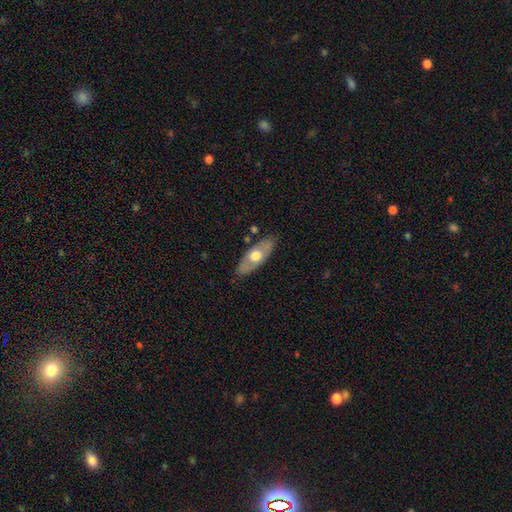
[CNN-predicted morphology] smooth-or-featured: smooth: 51% | featured or disk: 44% | star or artifact: 5%
  how-rounded: in between: 78% | cigar-shaped: 19% | round: 4%
  merging: none: 83% | minor disturbance: 13% | major disturbance: 3% | merger: 2%